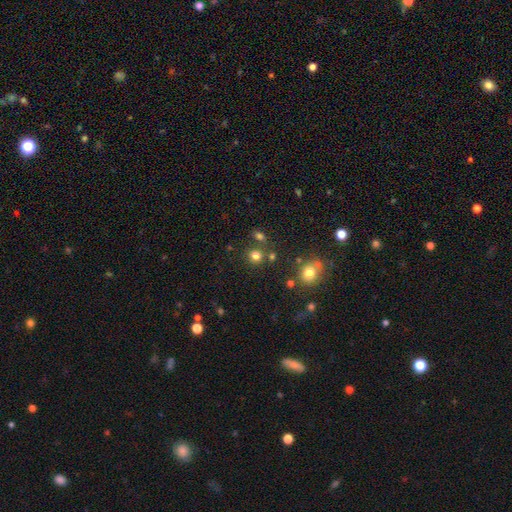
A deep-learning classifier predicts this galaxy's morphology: smooth-or-featured: smooth: 76% | star or artifact: 18% | featured or disk: 6%
  how-rounded: round: 86% | in between: 13% | cigar-shaped: 1%
  merging: none: 75% | merger: 13% | minor disturbance: 9% | major disturbance: 4%